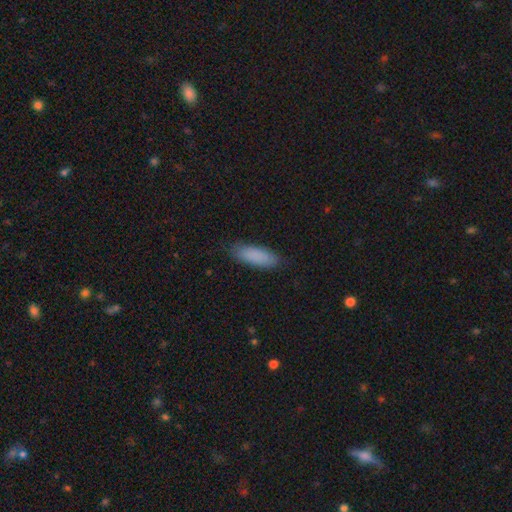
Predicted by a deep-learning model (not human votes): This appears to be a smooth galaxy with no disk features (88%) that is in between round and cigar-shaped (61%). Merging: none (84%).